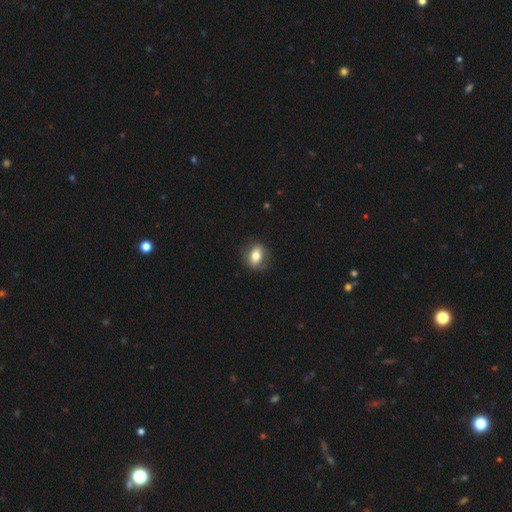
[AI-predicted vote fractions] Smooth or featured: smooth — 75% (featured or disk — 17%)
How rounded: in between — 69% (round — 29%)
Merging: none — 80% (minor disturbance — 14%)